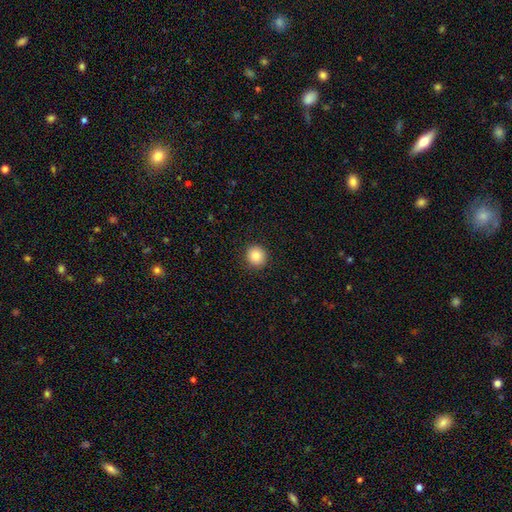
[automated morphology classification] type=smooth (84%); roundness=round (90%); merging=none (92%).